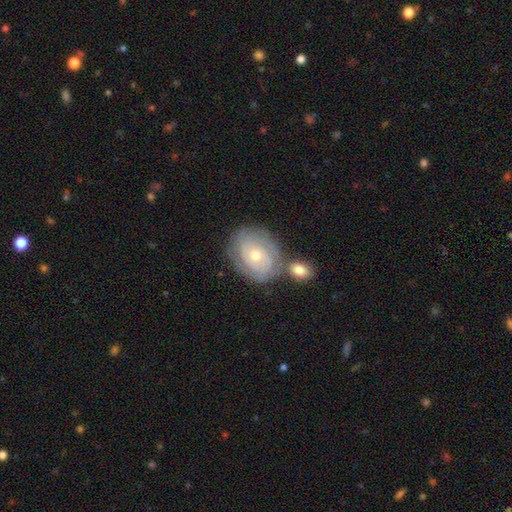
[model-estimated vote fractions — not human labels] A featured or disk galaxy (79%) with no bar (76%), tight (78%) spiral arms (92%) and a moderate central bulge (55%).

Vote fractions:
- Smooth or featured? featured or disk: 79% / smooth: 15% / star or artifact: 6%
- Edge-on disk? no: 97% / yes: 3%
- Bar? no: 76% / weak: 20% / strong: 4%
- Spiral arms? yes: 92% / no: 8%
- Spiral winding? tight: 78% / medium: 18% / loose: 4%
- Spiral arm count? can't tell: 34% / 2: 31% / 3: 19% / 4: 7% / 1: 4% / more than 4: 4%
- Bulge size? moderate: 55% / small: 41% / large: 2% / none: 1% / dominant: 1%
- Merging? none: 63% / merger: 17% / minor disturbance: 15% / major disturbance: 5%